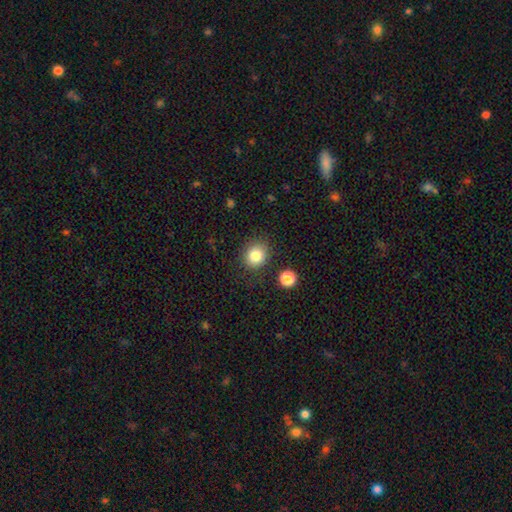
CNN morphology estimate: smooth 83%, star or artifact 11%, featured or disk 7%. Down the decision tree: how rounded — round (77%); merging — none (84%).